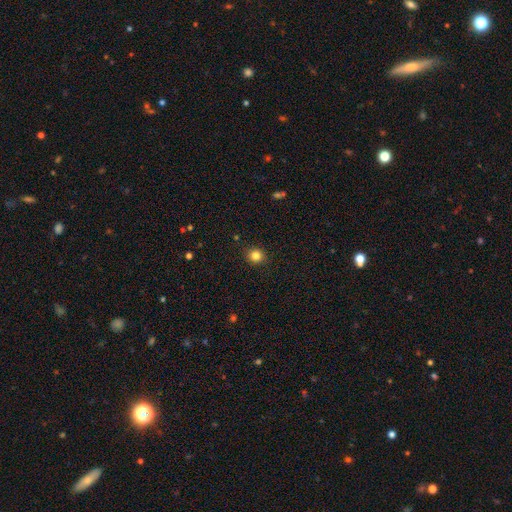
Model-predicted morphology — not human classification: This appears to be a smooth galaxy with no disk features (83%) that is round (89%). Merging: none (91%).